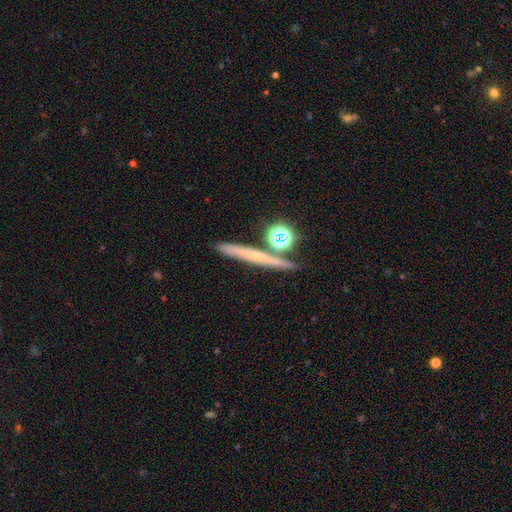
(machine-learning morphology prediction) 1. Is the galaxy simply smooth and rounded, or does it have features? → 43% featured or disk, 41% smooth, 16% star or artifact.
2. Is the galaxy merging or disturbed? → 75% none, 11% merger, 10% minor disturbance, 4% major disturbance.